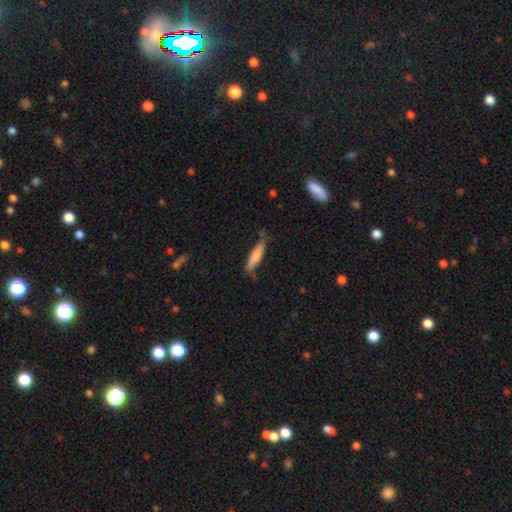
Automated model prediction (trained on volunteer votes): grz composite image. It shows a smooth galaxy with no disk features (73%) that is cigar-shaped (82%). Merging: none (72%).